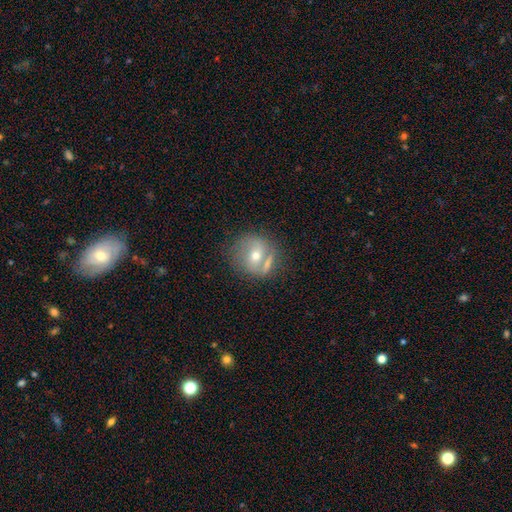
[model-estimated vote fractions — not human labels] A featured or disk galaxy (47%). Merging: none (56%).